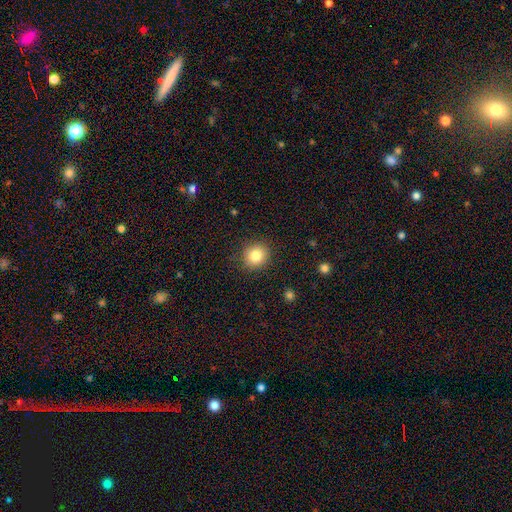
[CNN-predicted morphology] This is clearly a smooth galaxy (82%). How rounded: clearly round (85%). Merging: clearly none (89%).